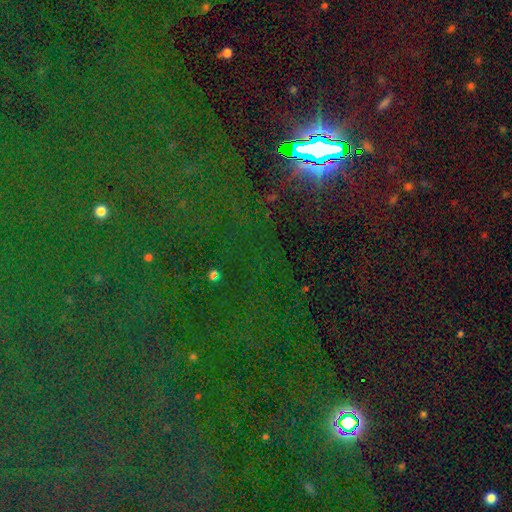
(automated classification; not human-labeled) Smooth or featured? star or artifact (84%)